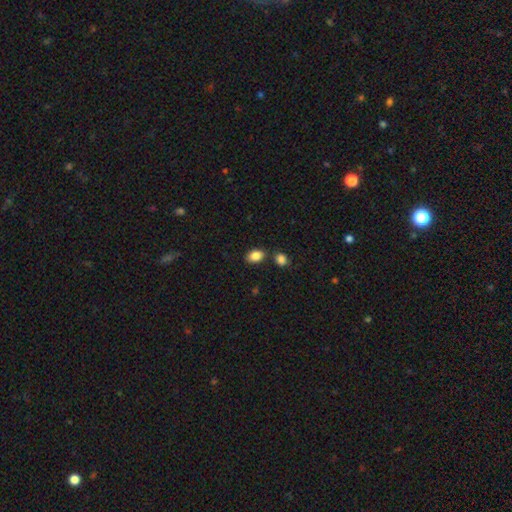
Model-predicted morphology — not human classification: Q: Smooth or featured?
A: smooth (85%); runner-up: star or artifact (8%)
Q: How rounded?
A: in between (83%); runner-up: round (16%)
Q: Merging?
A: none (75%); runner-up: merger (12%)